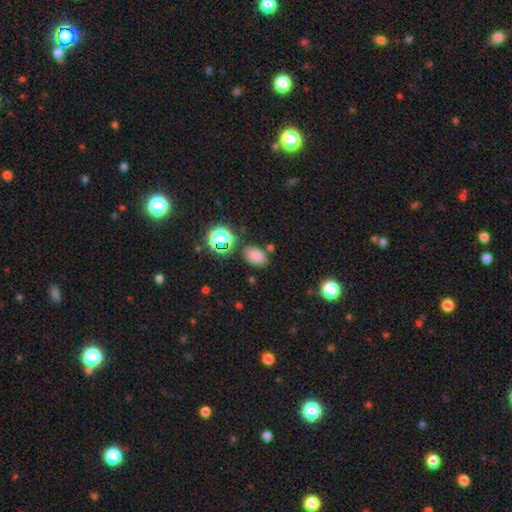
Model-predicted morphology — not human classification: Q: Smooth or featured?
A: smooth (77%); runner-up: star or artifact (18%)
Q: How rounded?
A: in between (83%); runner-up: round (16%)
Q: Merging?
A: none (79%); runner-up: minor disturbance (13%)